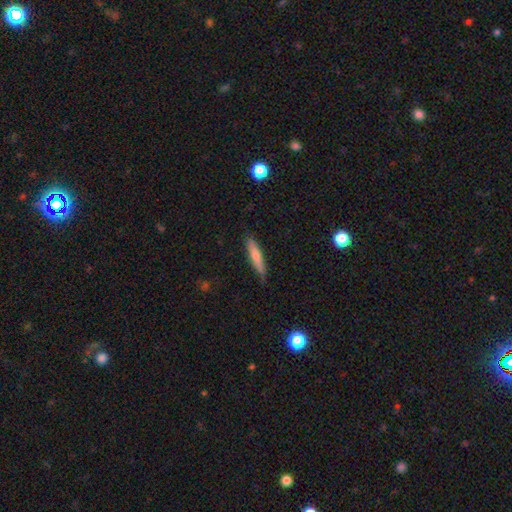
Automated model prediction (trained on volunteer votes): Morphology: type=smooth (58%); roundness=cigar-shaped (88%); merging=none (83%).